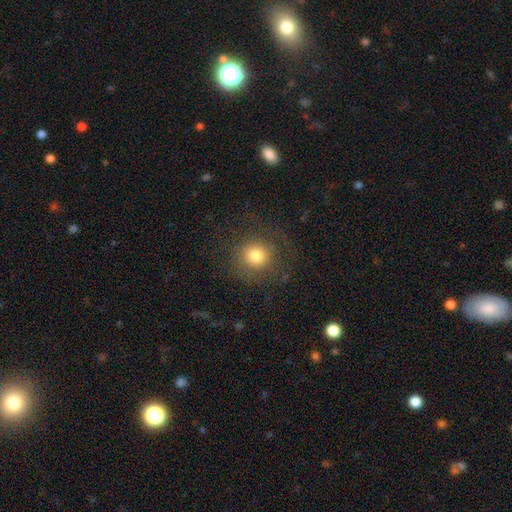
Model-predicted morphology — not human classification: A smooth galaxy with no disk features (75%) that is round (91%). Merging: none (76%).